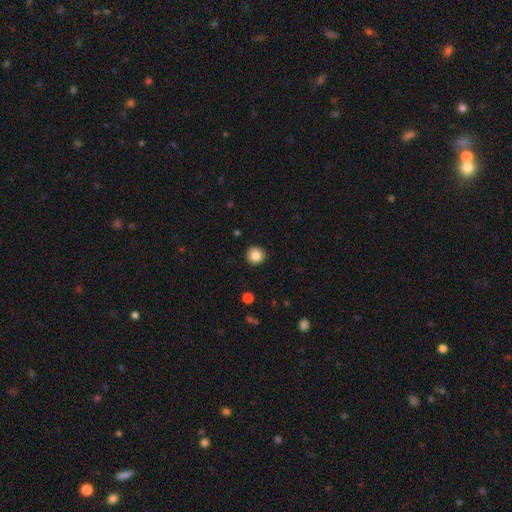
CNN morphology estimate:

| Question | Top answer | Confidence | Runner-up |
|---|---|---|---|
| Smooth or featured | smooth | 86% | star or artifact (10%) |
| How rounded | round | 94% | in between (5%) |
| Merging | none | 91% | minor disturbance (6%) |